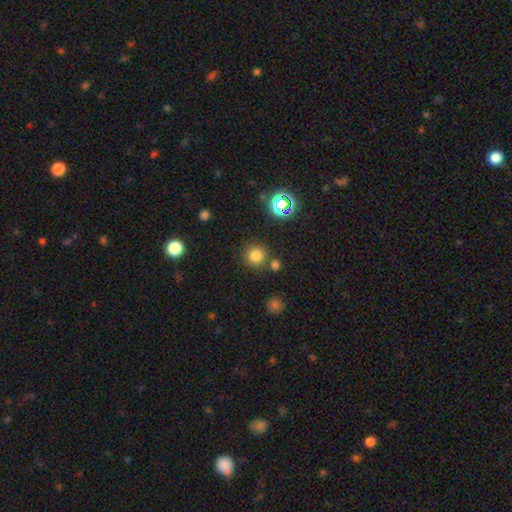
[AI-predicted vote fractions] Q: Smooth or featured?
A: smooth (76%); runner-up: star or artifact (19%)
Q: How rounded?
A: round (94%); runner-up: in between (5%)
Q: Merging?
A: none (79%); runner-up: merger (10%)